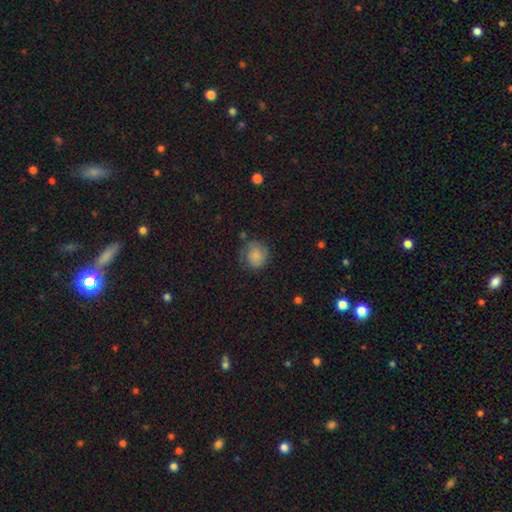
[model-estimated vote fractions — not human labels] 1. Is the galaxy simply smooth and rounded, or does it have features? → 72% smooth, 19% featured or disk, 9% star or artifact.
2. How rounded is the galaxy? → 83% round, 16% in between, 1% cigar-shaped.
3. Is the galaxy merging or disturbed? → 66% none, 23% minor disturbance, 9% major disturbance, 2% merger.